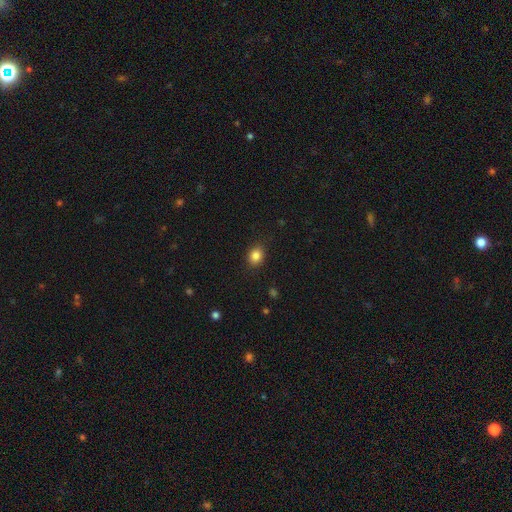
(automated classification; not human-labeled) Smooth or featured?
  - smooth: 85% *
  - star or artifact: 10%
  - featured or disk: 5%
How rounded?
  - in between: 51% *
  - round: 48%
  - cigar-shaped: 1%
Merging?
  - none: 87% *
  - minor disturbance: 9%
  - major disturbance: 2%
  - merger: 1%